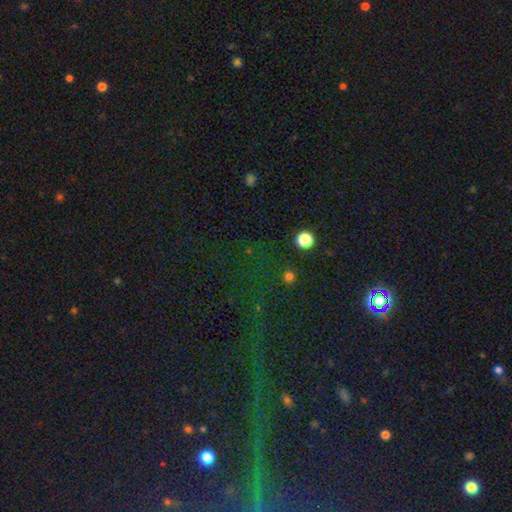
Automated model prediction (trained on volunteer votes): This is likely a star or artifact rather than a galaxy (80%).